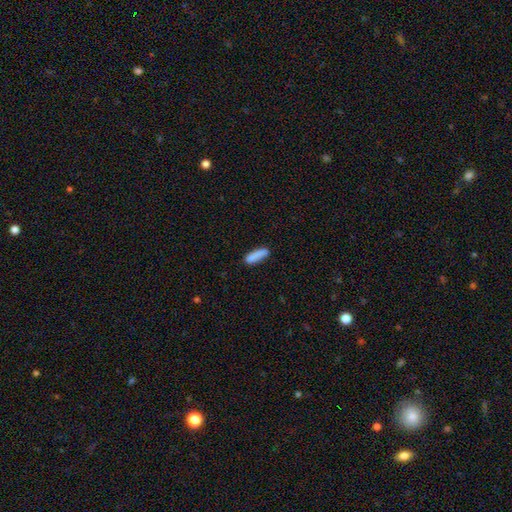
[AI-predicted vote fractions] This is clearly a smooth galaxy (85%). How rounded: likely cigar-shaped (64%). Merging: likely none (74%).